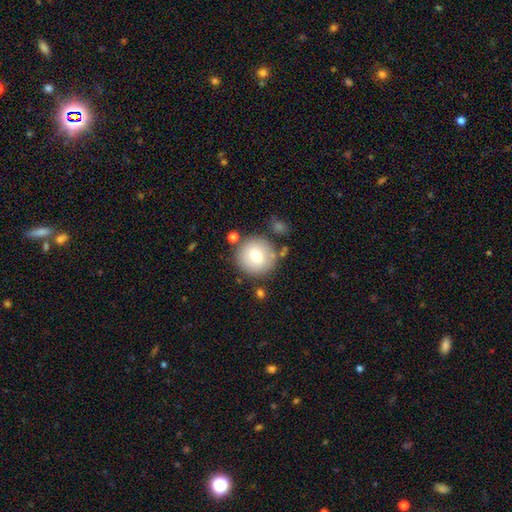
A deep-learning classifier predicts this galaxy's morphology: This is likely a smooth galaxy (73%). How rounded: clearly round (95%). Merging: clearly none (81%).